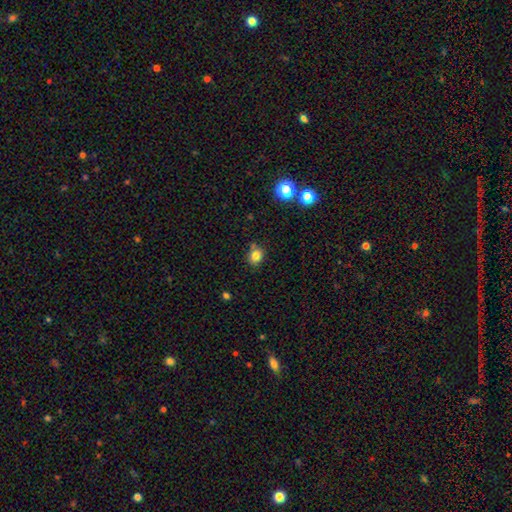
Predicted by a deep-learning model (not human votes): The model was most divided on "how rounded": round: 73%, in between: 26%, cigar-shaped: 1%. More confident: smooth or featured — smooth (80%); merging — none (76%).